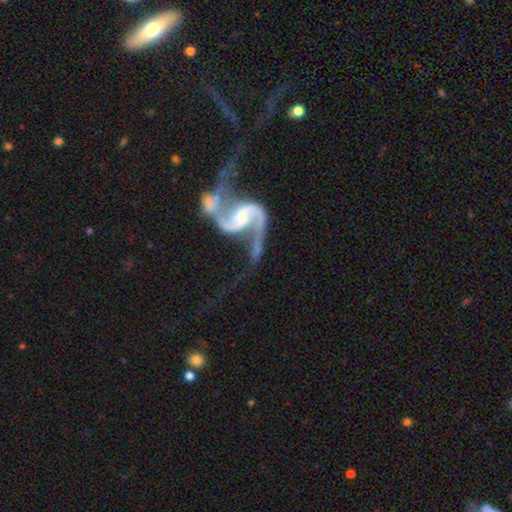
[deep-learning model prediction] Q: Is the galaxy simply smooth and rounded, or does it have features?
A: featured or disk — 91%.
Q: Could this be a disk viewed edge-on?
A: no — 97%.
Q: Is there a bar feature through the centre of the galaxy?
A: weak — 42%.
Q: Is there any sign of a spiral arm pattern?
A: yes — 97%.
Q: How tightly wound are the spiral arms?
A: loose — 65%.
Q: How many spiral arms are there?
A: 2 — 93%.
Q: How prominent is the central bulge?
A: small — 37%.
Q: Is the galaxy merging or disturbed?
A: none — 35%.